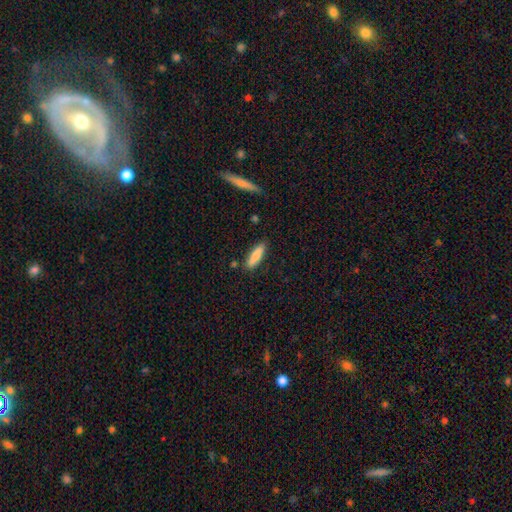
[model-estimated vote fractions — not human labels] Smooth or featured? smooth (84%)
How rounded? cigar-shaped (64%)
Merging? none (84%)